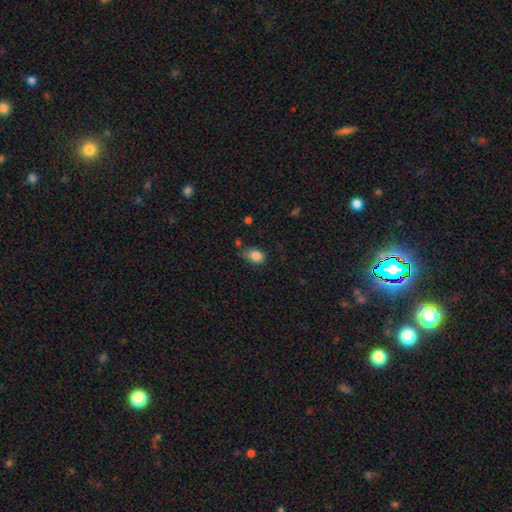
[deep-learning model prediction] Morphology: type=smooth (85%); roundness=in between (72%); merging=none (53%).